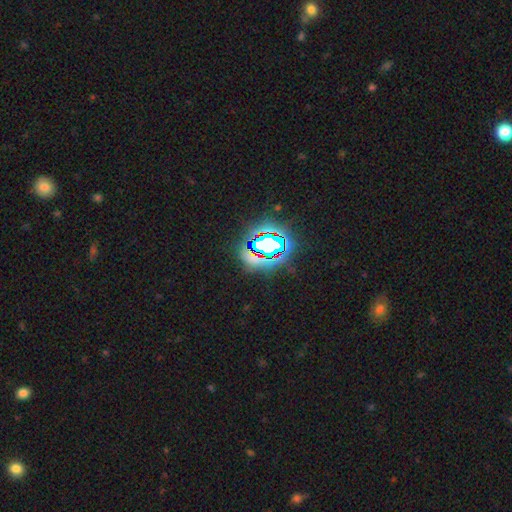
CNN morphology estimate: This is likely a star or artifact rather than a galaxy (69%).